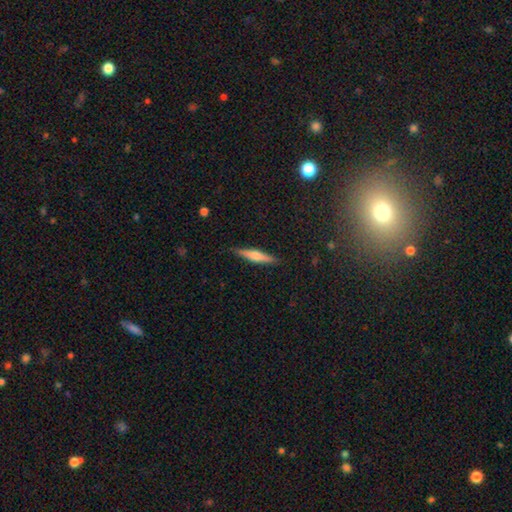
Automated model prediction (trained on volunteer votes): Smooth or featured: smooth — 48% (featured or disk — 45%)
Merging: none — 88% (minor disturbance — 9%)